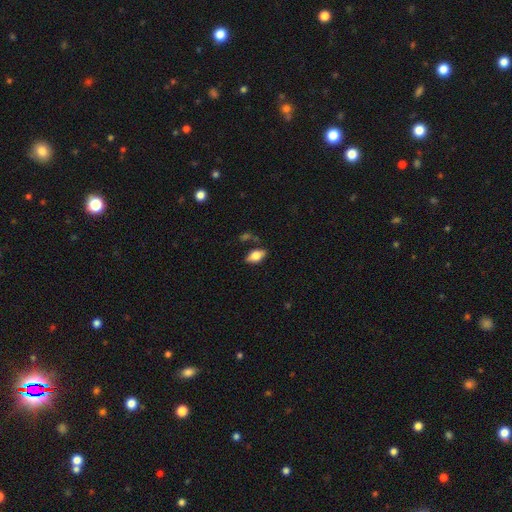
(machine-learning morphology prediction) smooth-or-featured: smooth: 70% | featured or disk: 23% | star or artifact: 8%
  how-rounded: in between: 88% | cigar-shaped: 7% | round: 5%
  merging: none: 76% | minor disturbance: 16% | merger: 5% | major disturbance: 4%